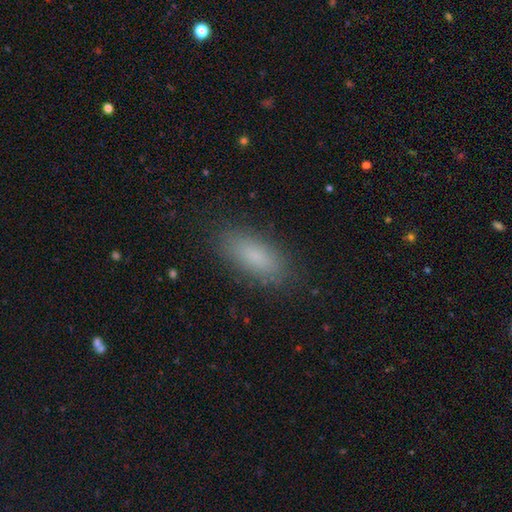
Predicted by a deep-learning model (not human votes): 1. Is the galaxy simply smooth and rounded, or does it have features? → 83% smooth, 9% star or artifact, 8% featured or disk.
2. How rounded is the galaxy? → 82% in between, 15% cigar-shaped, 3% round.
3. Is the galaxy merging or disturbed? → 86% none, 10% minor disturbance, 3% major disturbance, 1% merger.